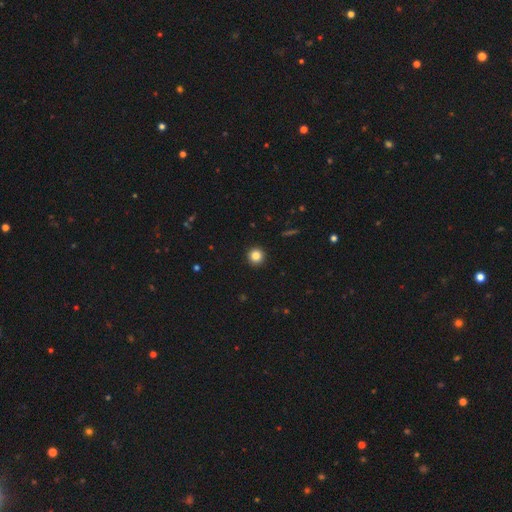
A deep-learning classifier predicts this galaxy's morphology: This appears to be a smooth galaxy with no disk features (83%) that is round (96%). Merging: none (94%).